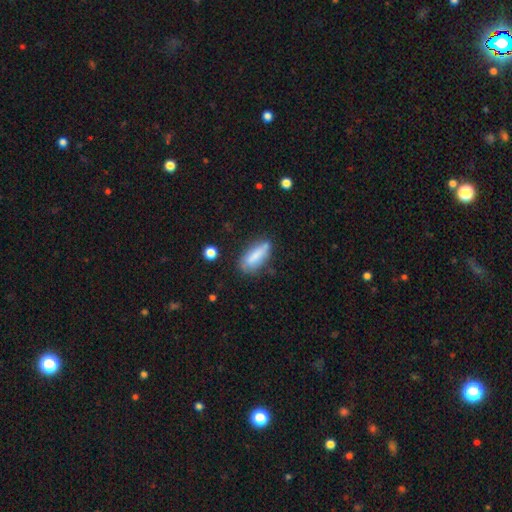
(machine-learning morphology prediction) A smooth galaxy with no disk features (74%) that is in between round and cigar-shaped (64%).

Vote fractions:
- Smooth or featured? smooth: 74% / featured or disk: 19% / star or artifact: 7%
- How rounded? in between: 64% / cigar-shaped: 34% / round: 2%
- Merging? none: 61% / minor disturbance: 26% / major disturbance: 8% / merger: 5%